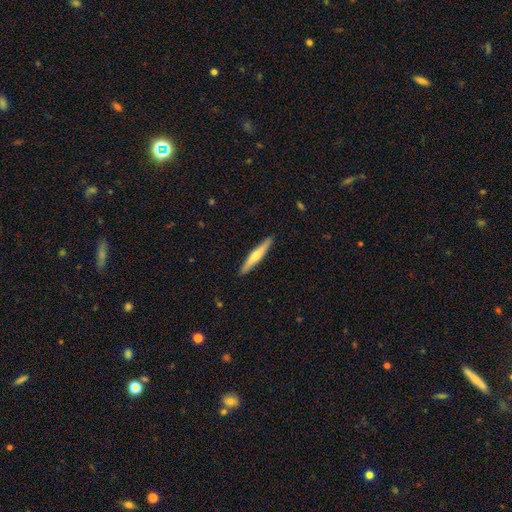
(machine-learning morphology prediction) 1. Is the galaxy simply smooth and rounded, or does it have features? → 60% smooth, 36% featured or disk, 5% star or artifact.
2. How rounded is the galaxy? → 94% cigar-shaped, 5% in between, 1% round.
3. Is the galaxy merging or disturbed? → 91% none, 7% minor disturbance, 1% major disturbance, 1% merger.